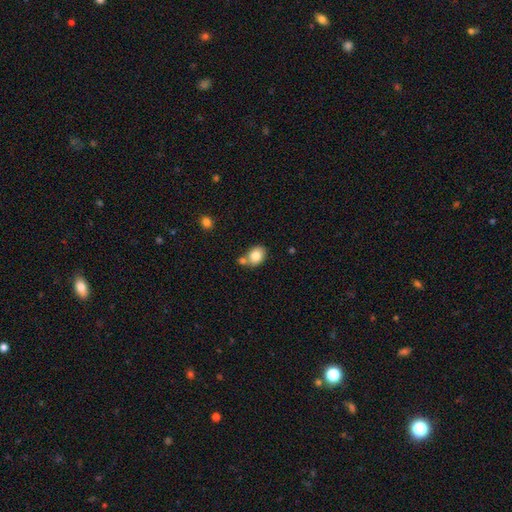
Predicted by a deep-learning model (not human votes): Smooth or featured? Predicted: smooth (p=0.81). How rounded? Predicted: in between (p=0.61). Merging? Predicted: none (p=0.55).